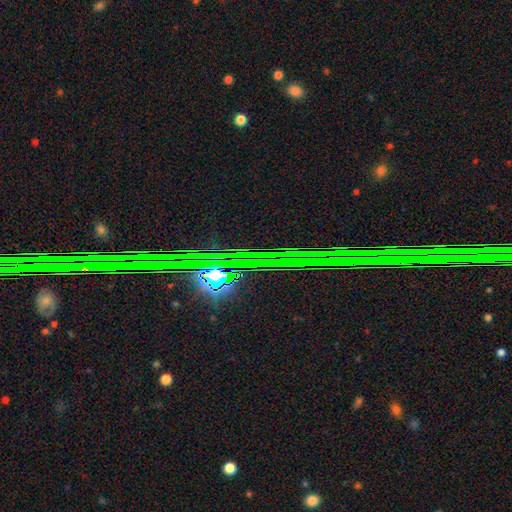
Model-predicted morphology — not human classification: smooth_or_featured: star or artifact (p=0.81) [alt: featured or disk p=0.11]